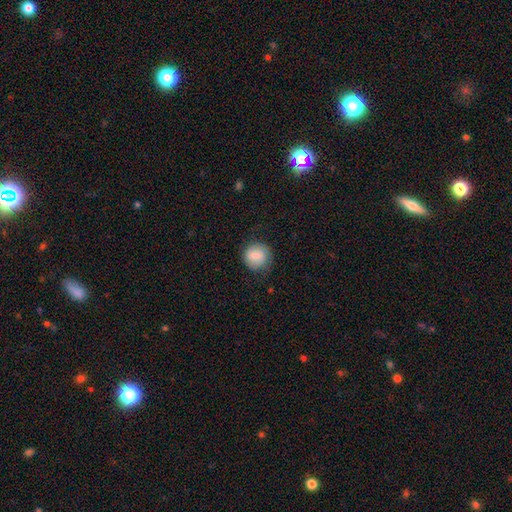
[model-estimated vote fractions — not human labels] smooth 81%, featured or disk 12%, star or artifact 8%. Down the decision tree: how rounded — round (88%); merging — none (78%).